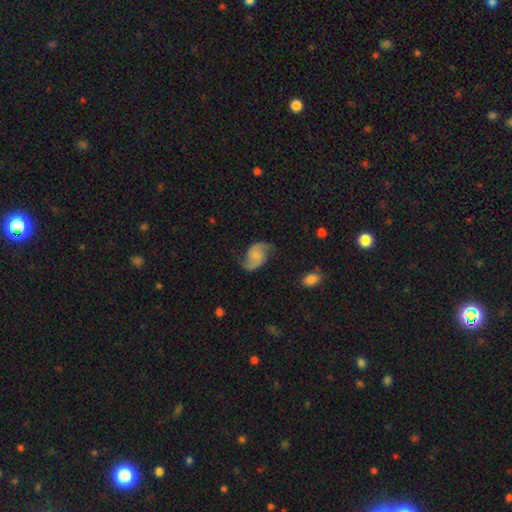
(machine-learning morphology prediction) Q: Smooth or featured?
A: featured or disk (81%); runner-up: smooth (13%)
Q: Edge-on disk?
A: no (98%); runner-up: yes (2%)
Q: Bar?
A: no (65%); runner-up: weak (30%)
Q: Spiral arms?
A: yes (96%); runner-up: no (4%)
Q: Spiral winding?
A: loose (49%); runner-up: medium (40%)
Q: Spiral arm count?
A: 2 (92%); runner-up: can't tell (3%)
Q: Bulge size?
A: small (53%); runner-up: none (22%)
Q: Merging?
A: none (72%); runner-up: minor disturbance (18%)